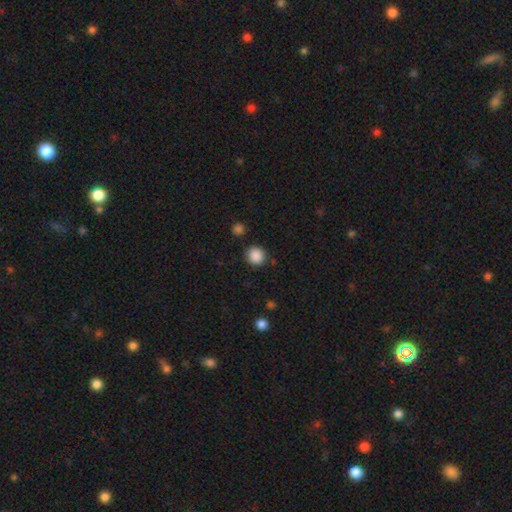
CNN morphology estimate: Q: Smooth or featured?
A: smooth (88%); runner-up: star or artifact (9%)
Q: How rounded?
A: round (88%); runner-up: in between (11%)
Q: Merging?
A: none (87%); runner-up: minor disturbance (8%)